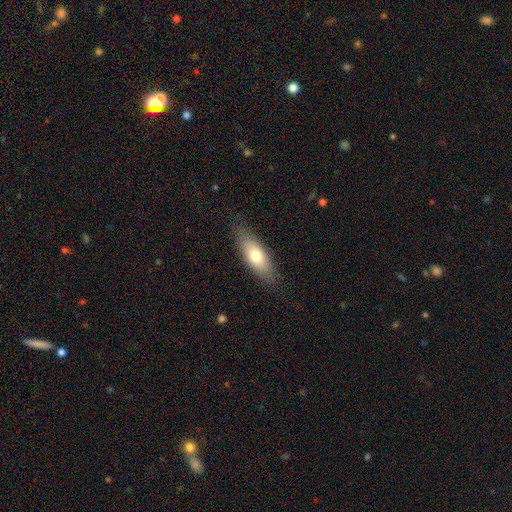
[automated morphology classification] Smooth or featured? smooth (70%)
How rounded? in between (69%)
Merging? none (82%)